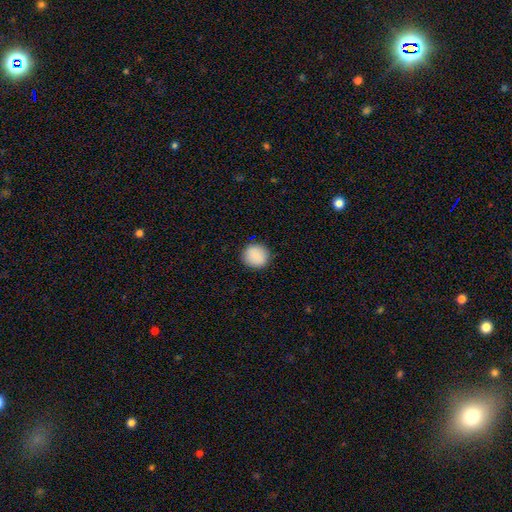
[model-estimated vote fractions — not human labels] smooth_or_featured: smooth (p=0.88) [alt: star or artifact p=0.07]
how_rounded: round (p=0.87) [alt: in between p=0.12]
merging: none (p=0.90) [alt: minor disturbance p=0.07]